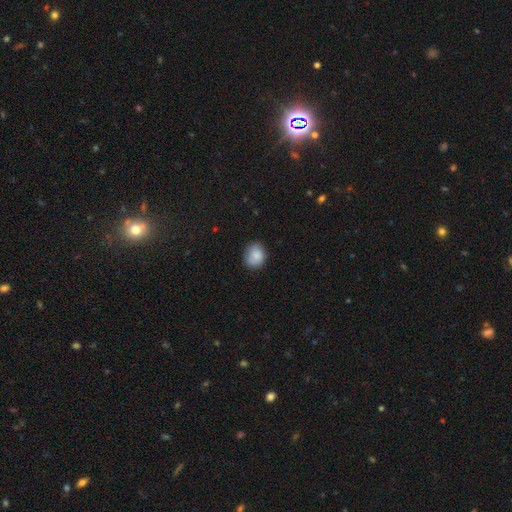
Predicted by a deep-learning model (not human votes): This is clearly a smooth galaxy (84%). How rounded: likely round (63%). Merging: likely none (75%).